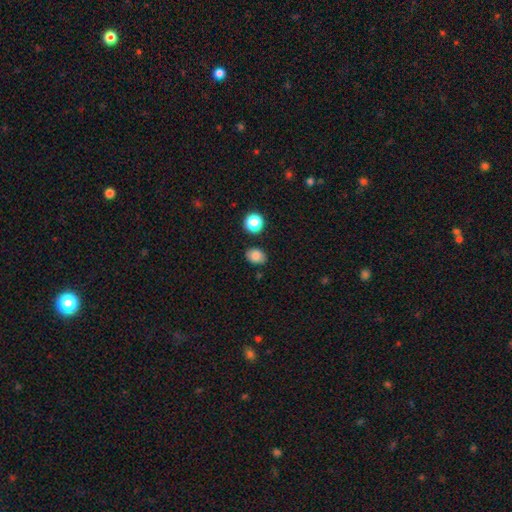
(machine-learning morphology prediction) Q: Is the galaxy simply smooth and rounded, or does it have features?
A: smooth — 83%.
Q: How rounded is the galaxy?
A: in between — 63%.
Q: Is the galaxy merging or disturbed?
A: none — 81%.